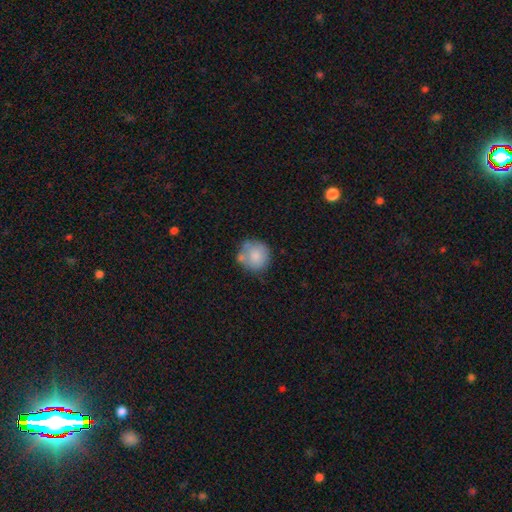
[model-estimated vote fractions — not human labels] Smooth or featured?
  - smooth: 77% *
  - featured or disk: 15%
  - star or artifact: 8%
How rounded?
  - round: 91% *
  - in between: 8%
  - cigar-shaped: 1%
Merging?
  - none: 59% *
  - minor disturbance: 19%
  - merger: 15%
  - major disturbance: 6%